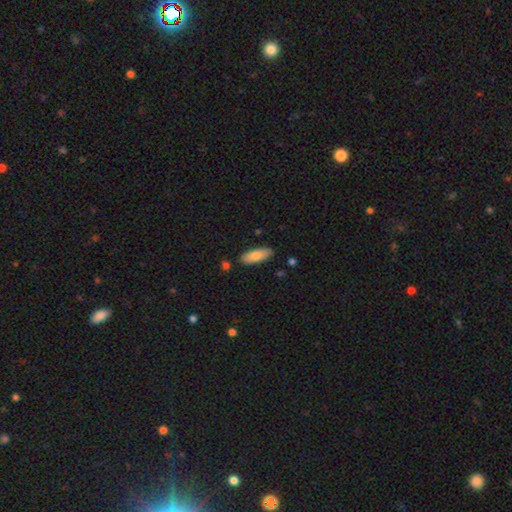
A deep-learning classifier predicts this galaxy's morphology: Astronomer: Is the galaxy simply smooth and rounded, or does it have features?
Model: smooth — 83%.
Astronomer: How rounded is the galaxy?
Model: in between — 67%.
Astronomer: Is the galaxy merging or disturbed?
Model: none — 85%.